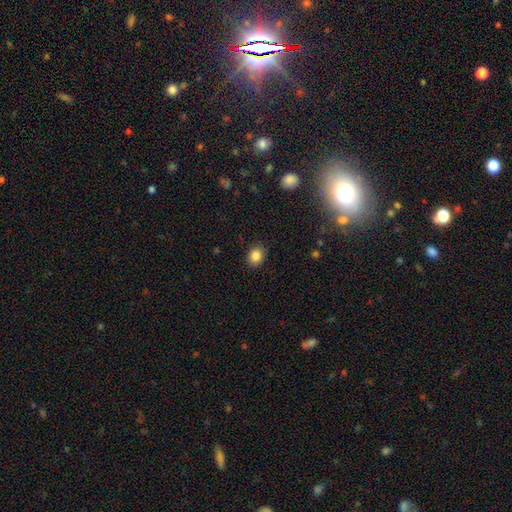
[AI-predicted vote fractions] Smooth or featured: smooth — 86% (star or artifact — 9%)
How rounded: round — 57% (in between — 42%)
Merging: none — 89% (minor disturbance — 8%)